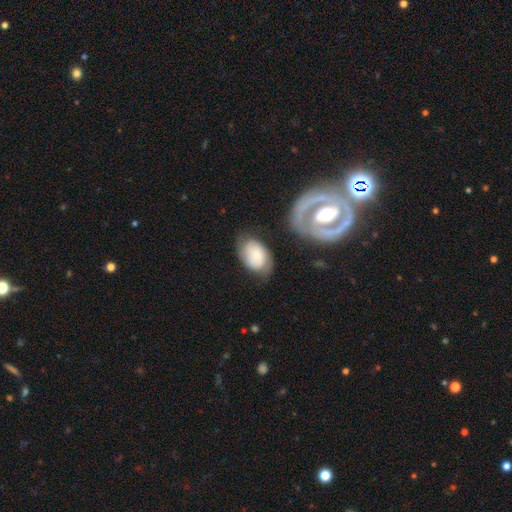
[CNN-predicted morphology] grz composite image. It shows a smooth galaxy with no disk features (60%) that is in between round and cigar-shaped (85%). Merging: none (61%).